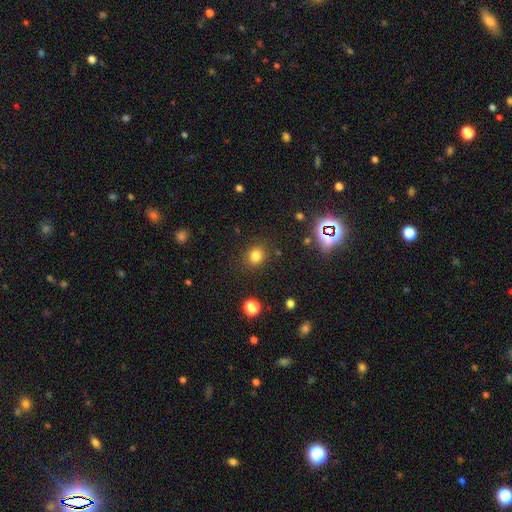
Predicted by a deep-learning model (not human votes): Q: Smooth or featured?
A: smooth (79%); runner-up: star or artifact (15%)
Q: How rounded?
A: round (71%); runner-up: in between (28%)
Q: Merging?
A: none (86%); runner-up: minor disturbance (9%)